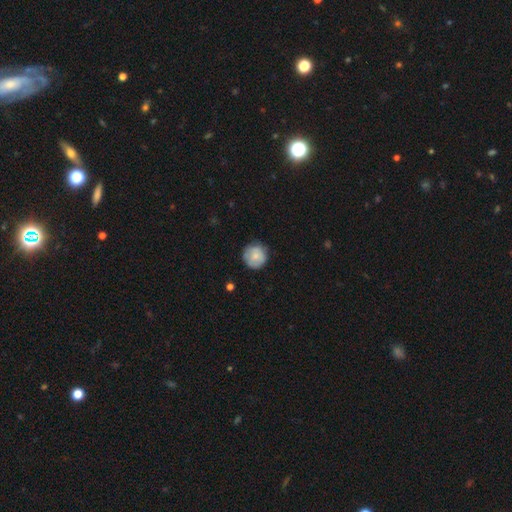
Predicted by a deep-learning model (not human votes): Smooth or featured?
  - smooth: 73% *
  - featured or disk: 20%
  - star or artifact: 7%
How rounded?
  - round: 93% *
  - in between: 6%
  - cigar-shaped: 1%
Merging?
  - none: 79% *
  - minor disturbance: 16%
  - major disturbance: 3%
  - merger: 1%